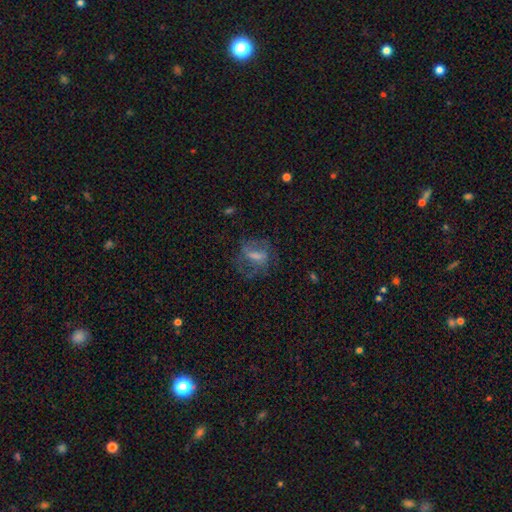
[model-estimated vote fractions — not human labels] Smooth or featured? featured or disk (51%)
Edge-on disk? no (92%)
Merging? none (54%)